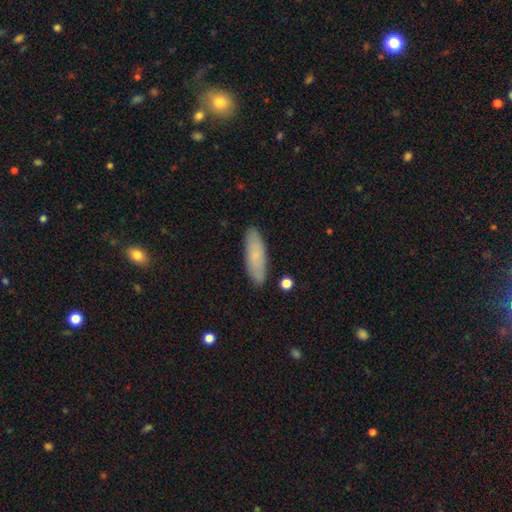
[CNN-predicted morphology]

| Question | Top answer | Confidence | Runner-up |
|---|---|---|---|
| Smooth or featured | smooth | 77% | featured or disk (16%) |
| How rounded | cigar-shaped | 49% | tied: in between (49%) |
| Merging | none | 87% | minor disturbance (10%) |